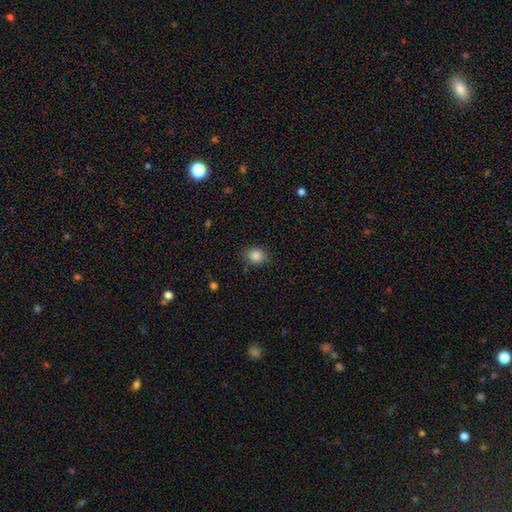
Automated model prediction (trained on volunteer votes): smooth-or-featured: smooth: 86% | star or artifact: 10% | featured or disk: 4%
  how-rounded: round: 58% | in between: 41% | cigar-shaped: 1%
  merging: none: 84% | minor disturbance: 11% | major disturbance: 3% | merger: 1%